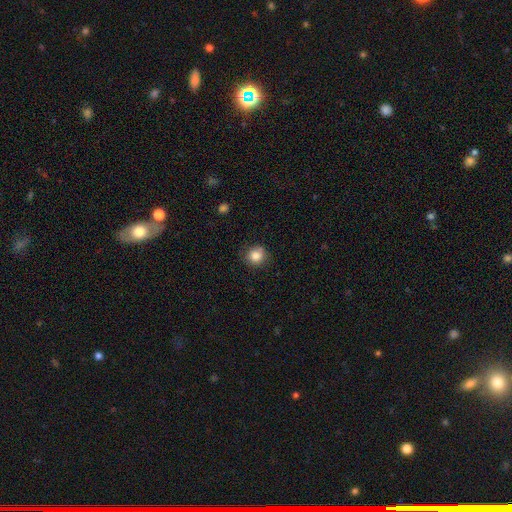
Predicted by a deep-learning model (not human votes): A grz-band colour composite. It shows a smooth galaxy with no disk features (83%) that is round (89%). Merging: none (81%).